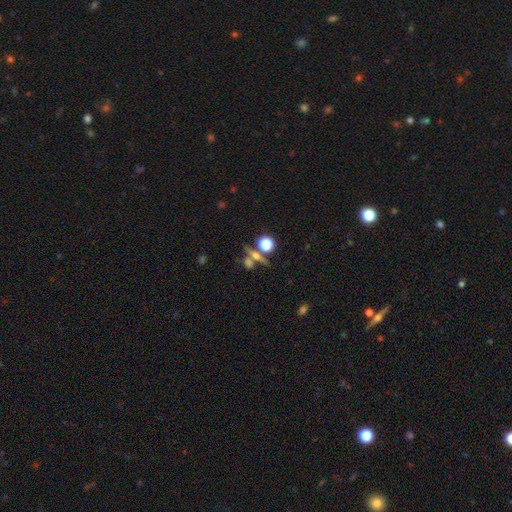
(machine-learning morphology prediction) smooth_or_featured: smooth (p=0.43) [alt: star or artifact p=0.29]
merging: none (p=0.59) [alt: merger p=0.24]